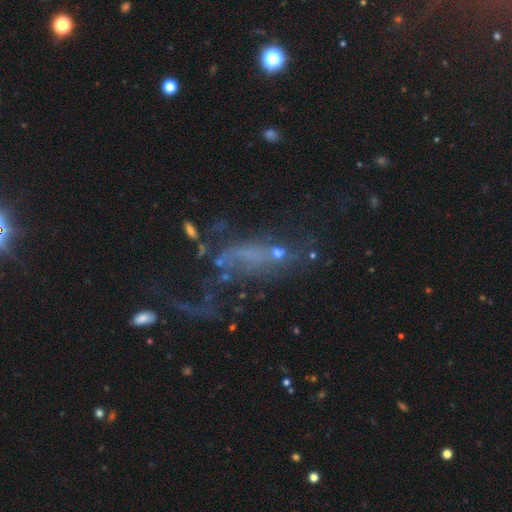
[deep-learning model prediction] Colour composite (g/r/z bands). It shows a featured or disk galaxy (47%). Merging: major disturbance (46%).